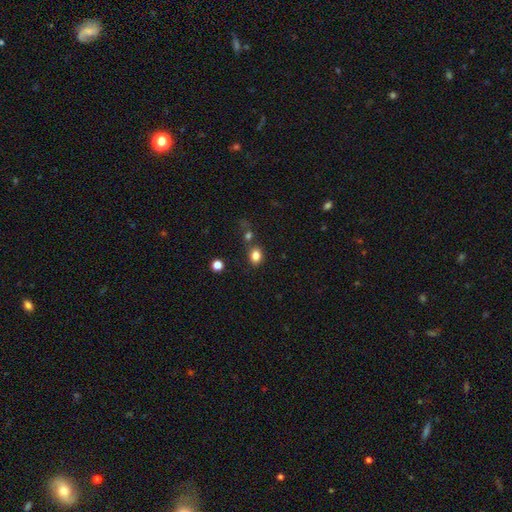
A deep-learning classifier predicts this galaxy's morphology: type=smooth (82%); roundness=in between (54%); merging=none (70%).